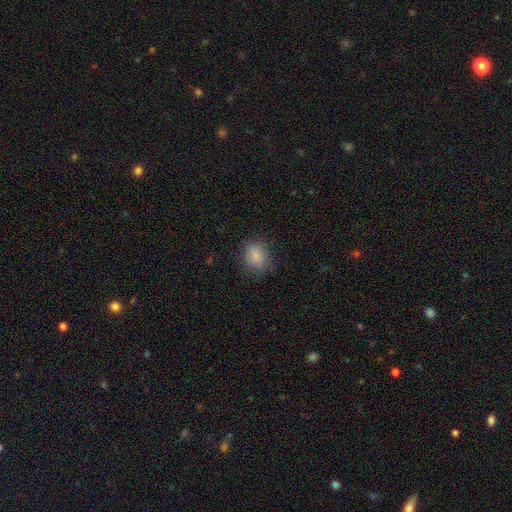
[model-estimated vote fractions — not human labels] Overall: smooth (80%). How rounded: round (52%; in between 47%). Merging: none (75%).